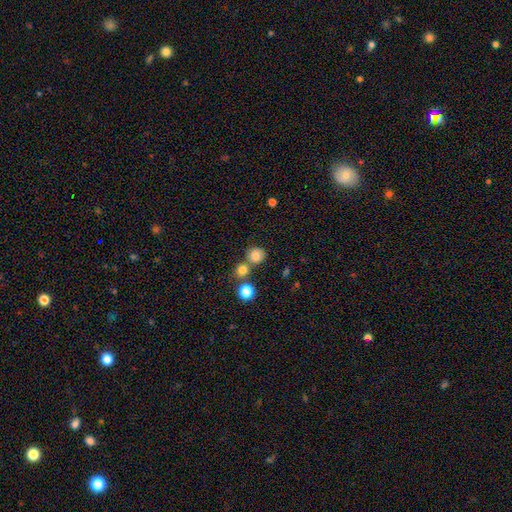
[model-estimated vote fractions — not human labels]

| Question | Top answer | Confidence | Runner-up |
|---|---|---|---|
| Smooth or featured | smooth | 81% | star or artifact (13%) |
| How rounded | round | 87% | in between (12%) |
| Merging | none | 65% | merger (22%) |